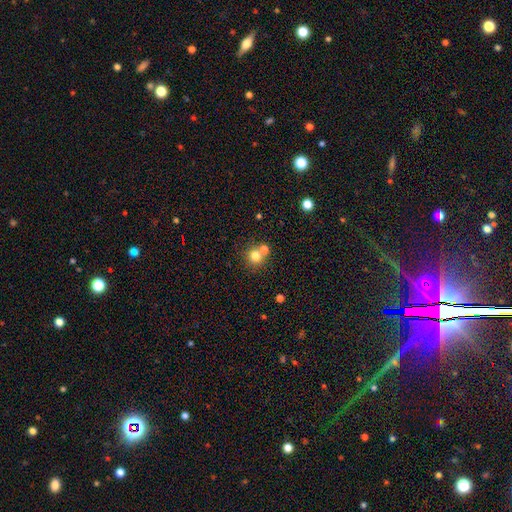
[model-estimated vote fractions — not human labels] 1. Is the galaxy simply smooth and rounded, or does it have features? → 77% smooth, 14% star or artifact, 9% featured or disk.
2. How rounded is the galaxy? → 90% round, 9% in between, 1% cigar-shaped.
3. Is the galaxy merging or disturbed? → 63% none, 27% merger, 7% minor disturbance, 3% major disturbance.